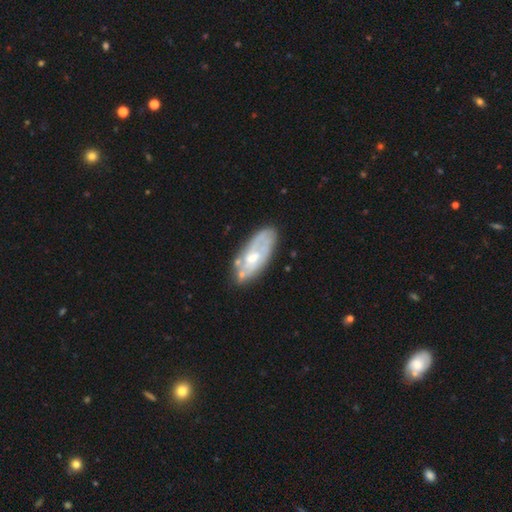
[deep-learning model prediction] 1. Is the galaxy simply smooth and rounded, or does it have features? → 62% featured or disk, 31% smooth, 7% star or artifact.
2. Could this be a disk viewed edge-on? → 85% no, 15% yes.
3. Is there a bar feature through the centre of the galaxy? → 70% no, 24% weak, 5% strong.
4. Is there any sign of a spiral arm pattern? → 56% yes, 44% no.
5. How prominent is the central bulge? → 57% moderate, 32% small, 5% large, 4% none, 1% dominant.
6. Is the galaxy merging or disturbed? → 69% none, 19% minor disturbance, 6% major disturbance, 6% merger.